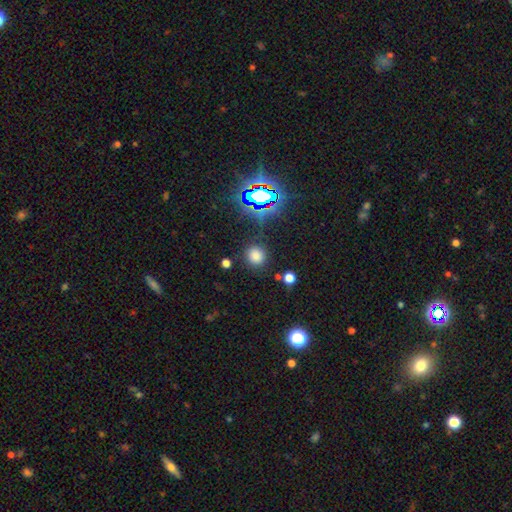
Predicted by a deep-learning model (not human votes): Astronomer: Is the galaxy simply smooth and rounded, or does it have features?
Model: smooth — 71%.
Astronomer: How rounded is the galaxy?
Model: round — 90%.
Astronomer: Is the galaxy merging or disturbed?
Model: none — 85%.